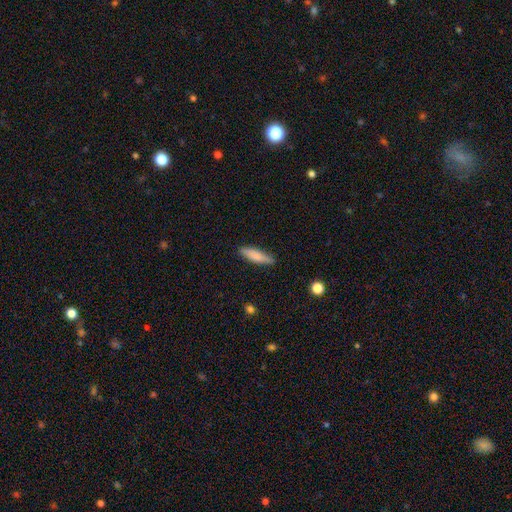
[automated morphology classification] Overall: smooth (78%). How rounded: cigar-shaped (73%). Merging: none (83%).